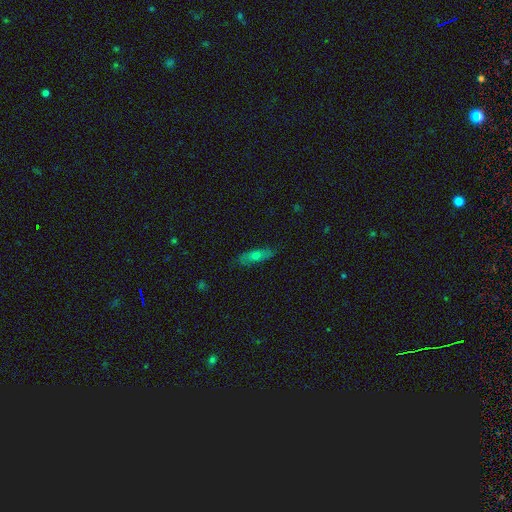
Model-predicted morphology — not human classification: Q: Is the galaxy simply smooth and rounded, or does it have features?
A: smooth — 60%.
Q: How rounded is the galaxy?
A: in between — 51%.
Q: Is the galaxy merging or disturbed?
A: none — 80%.